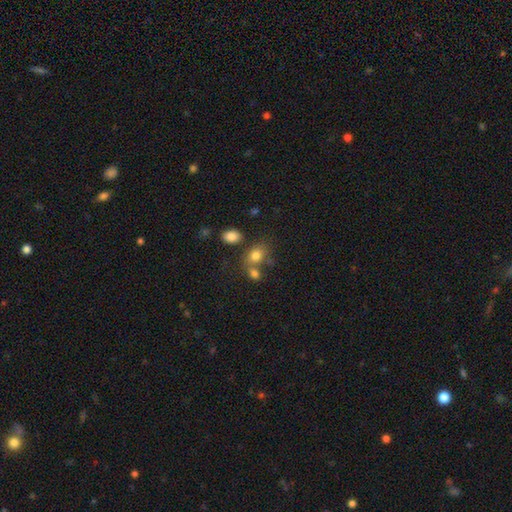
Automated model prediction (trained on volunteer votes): This appears to be a smooth galaxy with no disk features (79%) that is in between round and cigar-shaped (57%). Merging: none (52%).